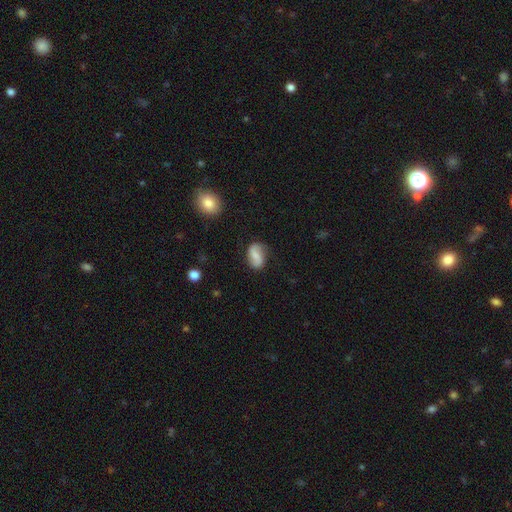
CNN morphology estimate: smooth-or-featured: featured or disk: 47% | smooth: 44% | star or artifact: 8%
  merging: none: 74% | minor disturbance: 19% | major disturbance: 6% | merger: 2%